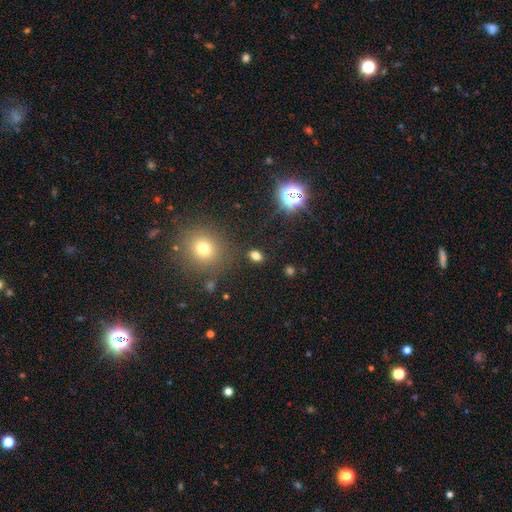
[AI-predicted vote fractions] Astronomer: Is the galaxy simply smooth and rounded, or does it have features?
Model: smooth — 73%.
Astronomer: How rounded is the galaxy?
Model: in between — 71%.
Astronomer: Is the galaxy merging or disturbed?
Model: none — 85%.